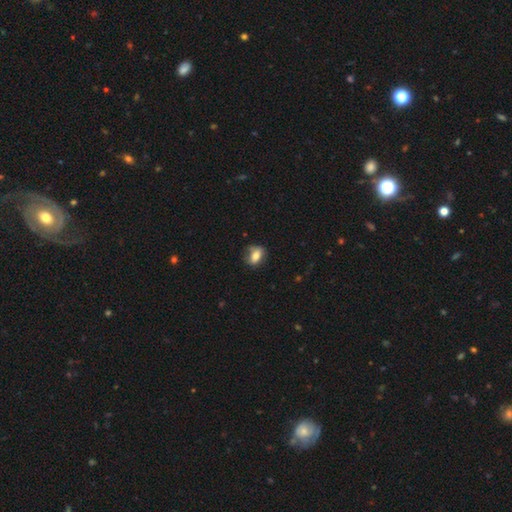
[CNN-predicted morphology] A smooth galaxy with no disk features (75%) that is in between round and cigar-shaped (75%). Merging: none (65%).